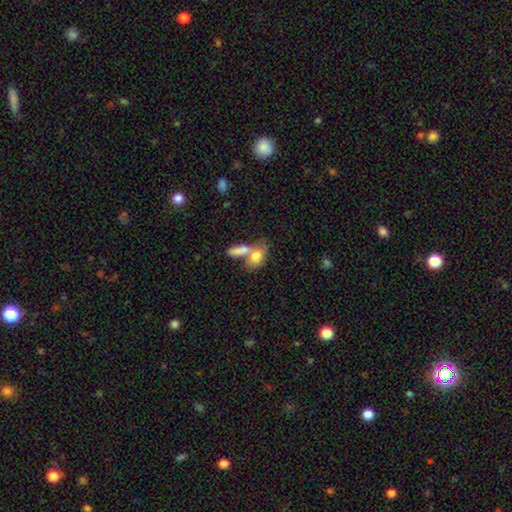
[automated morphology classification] A smooth galaxy with no disk features (58%) that is in between round and cigar-shaped (64%). Merging: merger (45%).